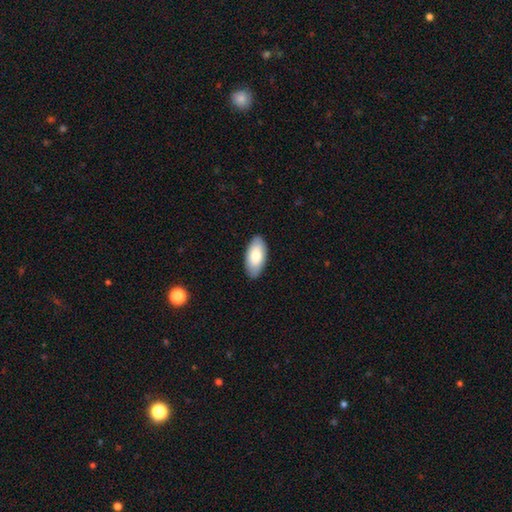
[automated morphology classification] The model was most divided on "smooth or featured": smooth: 80%, featured or disk: 15%, star or artifact: 5%. More confident: how rounded — in between (93%); merging — none (88%).